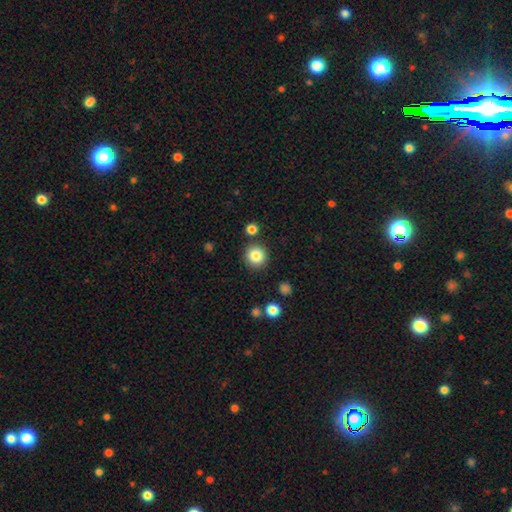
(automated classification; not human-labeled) Morphology: type=smooth (85%); roundness=round (94%); merging=none (87%).